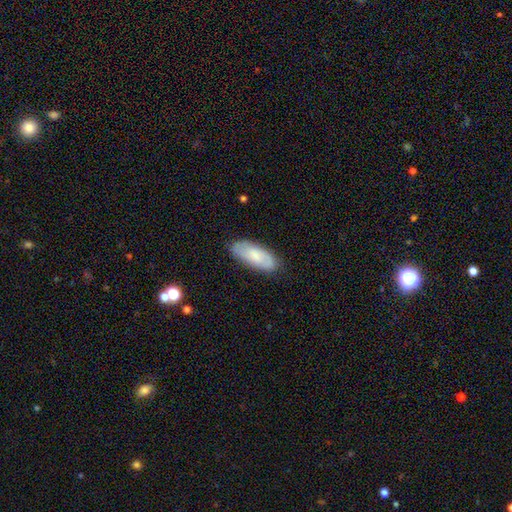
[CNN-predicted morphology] The model was most divided on "smooth or featured": smooth: 69%, featured or disk: 24%, star or artifact: 7%. More confident: merging — none (81%); how rounded — in between (80%).